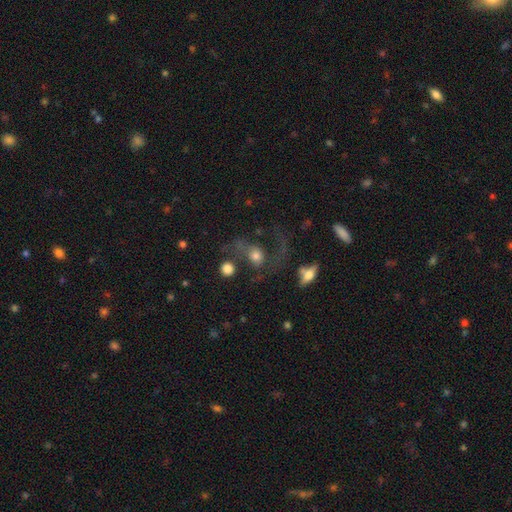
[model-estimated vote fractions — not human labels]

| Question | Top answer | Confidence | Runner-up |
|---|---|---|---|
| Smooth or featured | smooth | 48% | featured or disk (40%) |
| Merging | none | 37% | major disturbance (35%) |